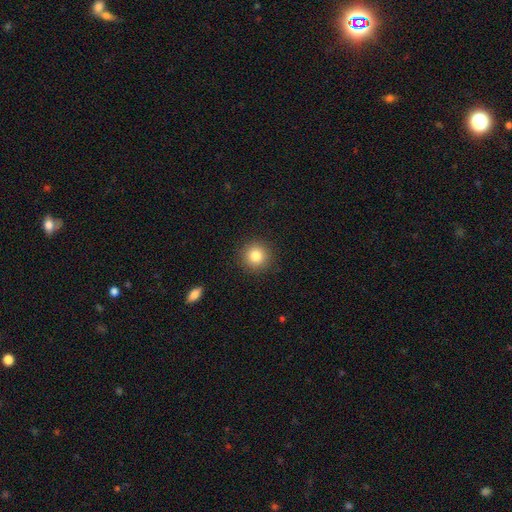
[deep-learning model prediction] smooth_or_featured: smooth (p=0.83) [alt: star or artifact p=0.10]
how_rounded: round (p=0.94) [alt: in between p=0.05]
merging: none (p=0.91) [alt: minor disturbance p=0.06]